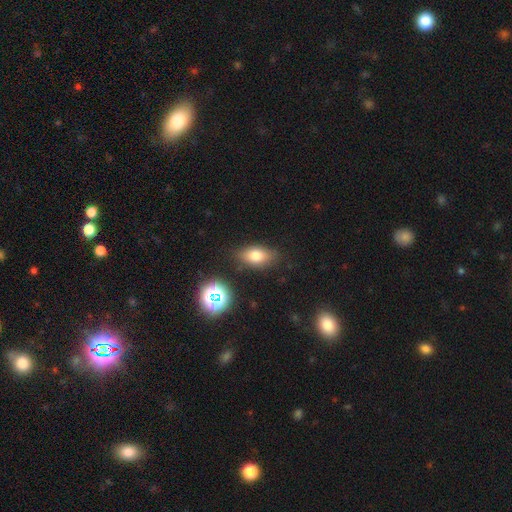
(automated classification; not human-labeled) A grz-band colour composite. It shows a smooth galaxy with no disk features (74%) that is in between round and cigar-shaped (84%). Merging: none (80%).